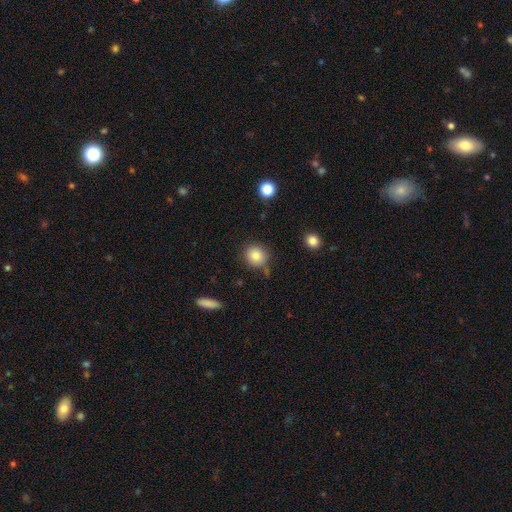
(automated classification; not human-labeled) Overall: smooth (84%). How rounded: round (88%). Merging: none (79%).